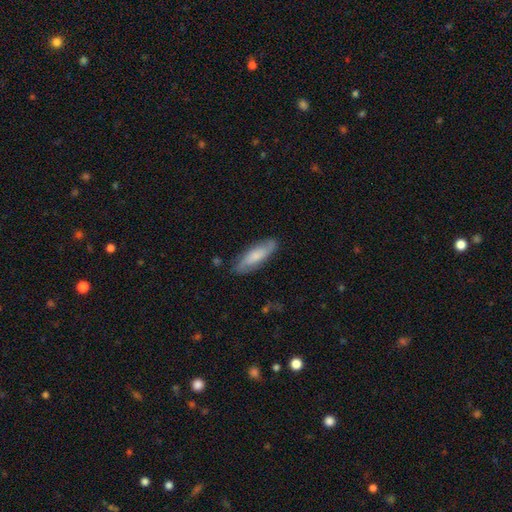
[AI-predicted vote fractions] This is possibly a smooth galaxy (55%). How rounded: possibly cigar-shaped (52%). Merging: likely none (80%).